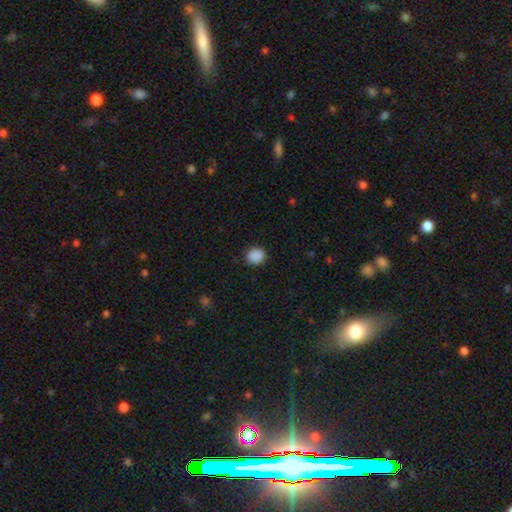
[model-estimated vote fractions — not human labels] This is clearly a smooth galaxy (89%). How rounded: clearly round (82%). Merging: clearly none (88%).